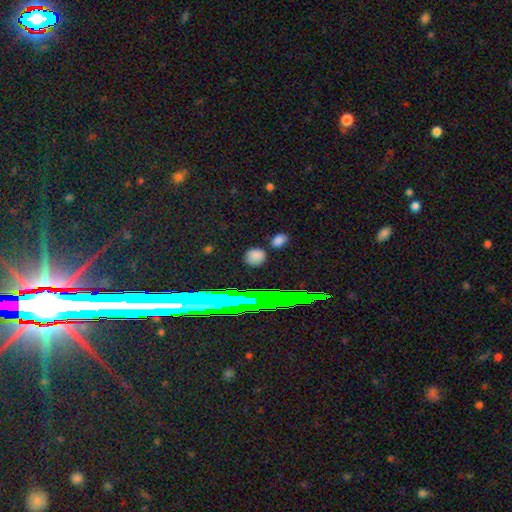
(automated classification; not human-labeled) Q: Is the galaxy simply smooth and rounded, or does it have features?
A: smooth — 75%.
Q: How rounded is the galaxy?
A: round — 73%.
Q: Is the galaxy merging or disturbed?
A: none — 83%.